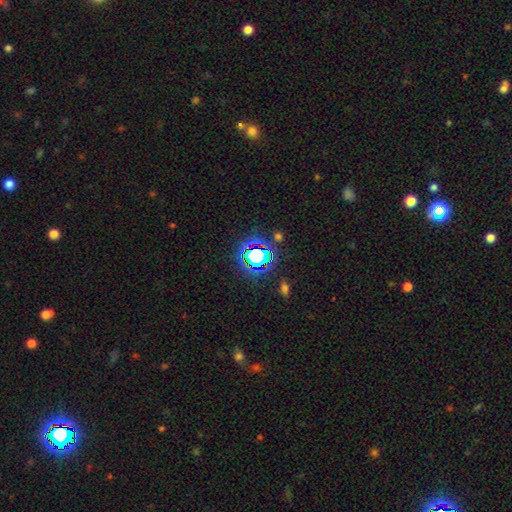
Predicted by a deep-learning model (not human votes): The model was most divided on "smooth or featured": star or artifact: 64%, smooth: 23%, featured or disk: 12%.